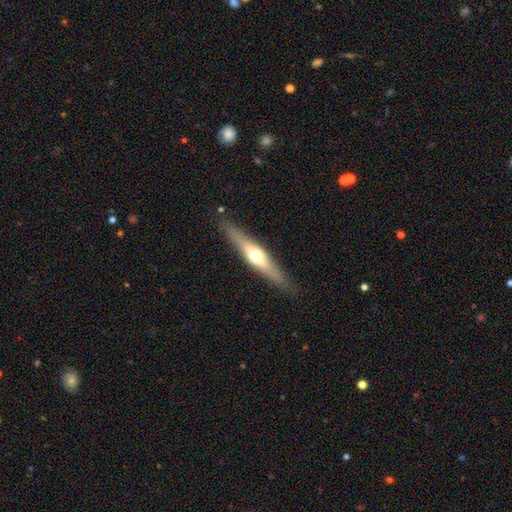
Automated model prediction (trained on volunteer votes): Overall: featured or disk (63%; smooth 32%). Edge-on disk: yes (94%). Edge-on bulge: rounded (91%). Merging: none (87%).